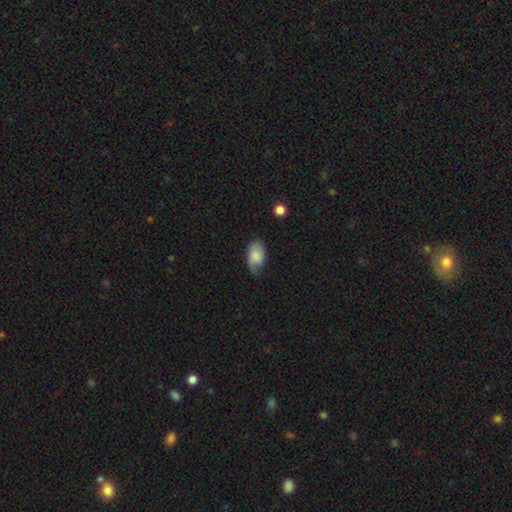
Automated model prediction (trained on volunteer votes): Smooth or featured?
  - smooth: 73% *
  - featured or disk: 20%
  - star or artifact: 7%
How rounded?
  - in between: 92% *
  - round: 6%
  - cigar-shaped: 2%
Merging?
  - none: 58% *
  - minor disturbance: 32%
  - major disturbance: 8%
  - merger: 2%